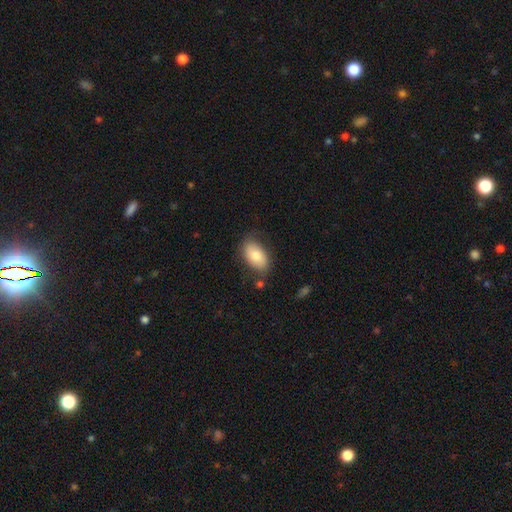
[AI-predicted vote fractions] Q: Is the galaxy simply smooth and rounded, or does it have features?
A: smooth — 76%.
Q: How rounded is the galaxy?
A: in between — 93%.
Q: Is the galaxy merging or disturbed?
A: none — 74%.